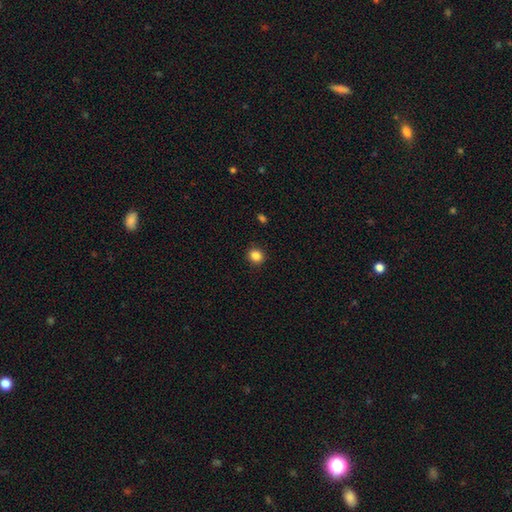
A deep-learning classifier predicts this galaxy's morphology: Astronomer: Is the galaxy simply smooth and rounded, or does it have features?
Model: smooth — 85%.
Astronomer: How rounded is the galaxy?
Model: round — 82%.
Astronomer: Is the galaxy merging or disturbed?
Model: none — 91%.